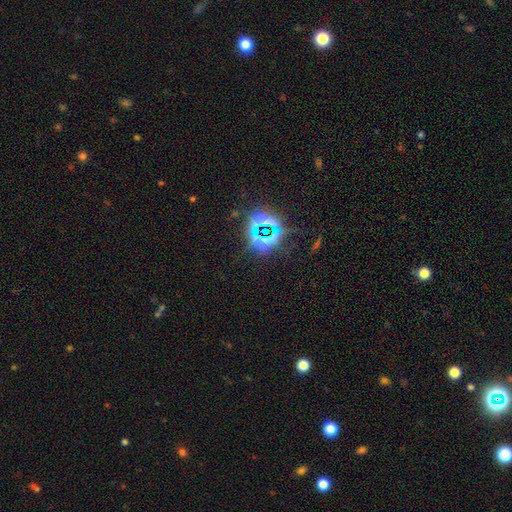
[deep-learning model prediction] This appears to be a star or artifact, not a galaxy (77%).